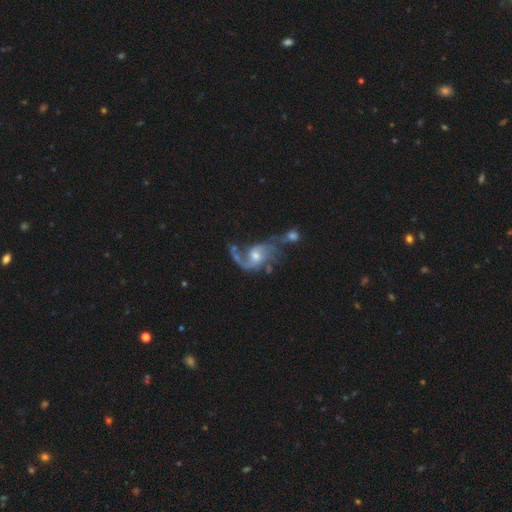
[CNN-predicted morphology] This is clearly a featured or disk galaxy (85%). It is clearly not viewed edge-on (97%). Bar: possibly no (58%). Spiral arm pattern: clearly yes (94%). Spiral arm count: likely 2 (70%). Spiral winding: likely loose (61%). Central bulge: possibly moderate (58%). Merging: marginally none (31%).